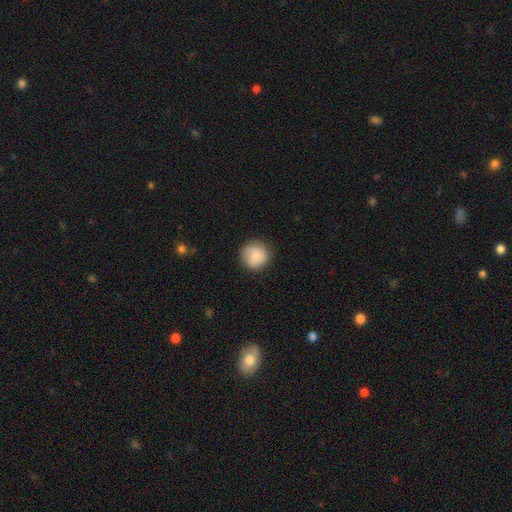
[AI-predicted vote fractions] Smooth or featured: smooth — 85% (featured or disk — 8%)
How rounded: round — 94% (in between — 5%)
Merging: none — 86% (minor disturbance — 11%)